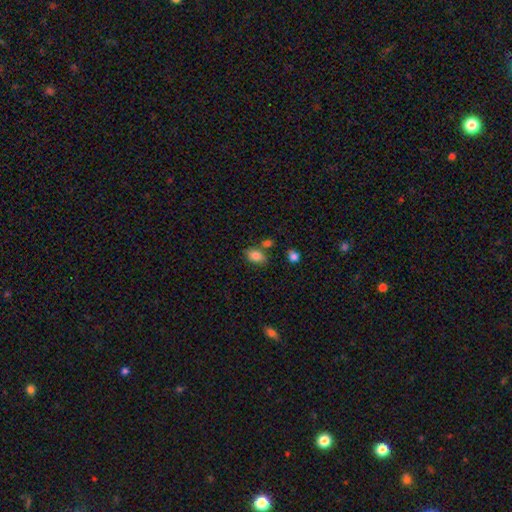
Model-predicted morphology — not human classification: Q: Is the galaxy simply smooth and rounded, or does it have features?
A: smooth — 84%.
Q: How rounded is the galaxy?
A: in between — 85%.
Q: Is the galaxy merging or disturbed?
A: none — 66%.